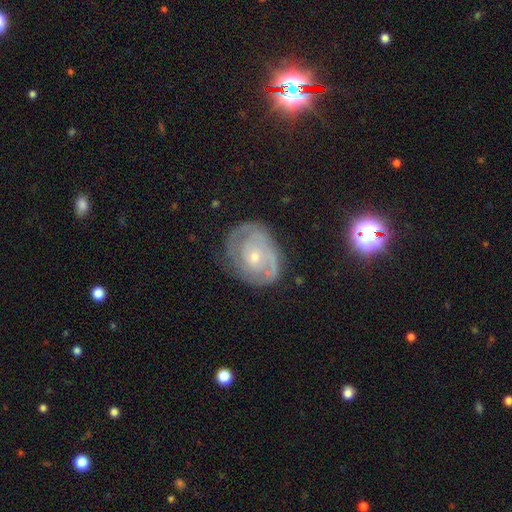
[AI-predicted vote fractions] featured or disk 74%, smooth 19%, star or artifact 7%. Down the decision tree: edge-on disk — no (97%); bar — no (74%); spiral arms — yes (84%); spiral arm count — can't tell (37%); spiral winding — tight (63%); bulge size — small (65%); merging — none (66%).